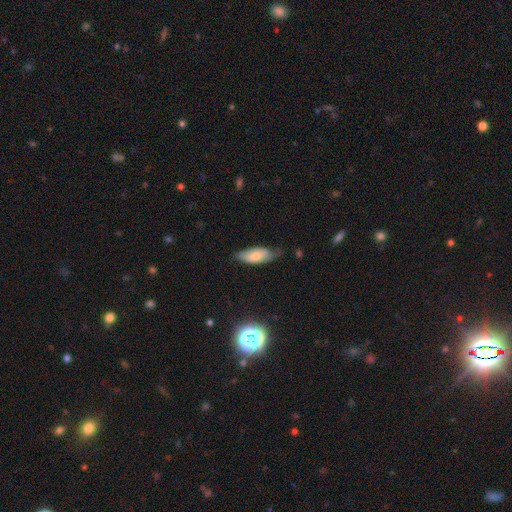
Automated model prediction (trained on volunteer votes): smooth 66%, featured or disk 27%, star or artifact 7%. Down the decision tree: how rounded — in between (83%); merging — none (54%).